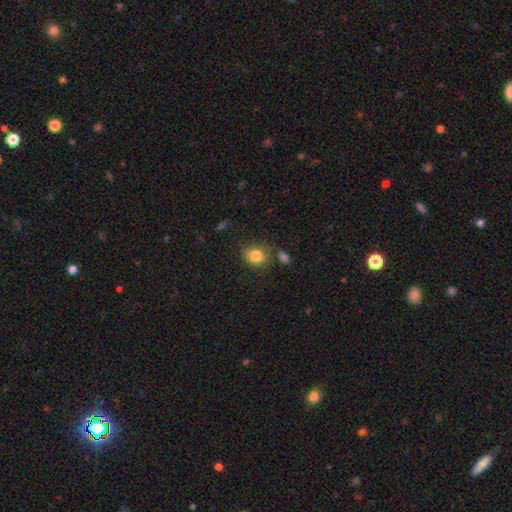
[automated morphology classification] Q: Smooth or featured?
A: smooth (84%); runner-up: star or artifact (9%)
Q: How rounded?
A: round (62%); runner-up: in between (37%)
Q: Merging?
A: none (66%); runner-up: minor disturbance (20%)